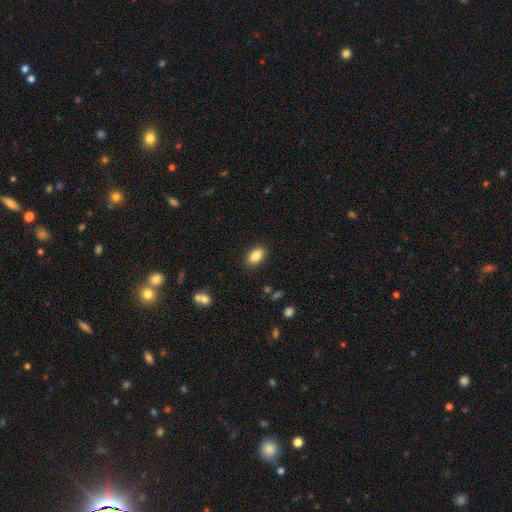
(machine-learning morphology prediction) A smooth galaxy with no disk features (85%) that is in between round and cigar-shaped (90%).

Vote fractions:
- Smooth or featured? smooth: 85% / star or artifact: 8% / featured or disk: 7%
- How rounded? in between: 90% / round: 8% / cigar-shaped: 2%
- Merging? none: 89% / minor disturbance: 8% / major disturbance: 2% / merger: 1%